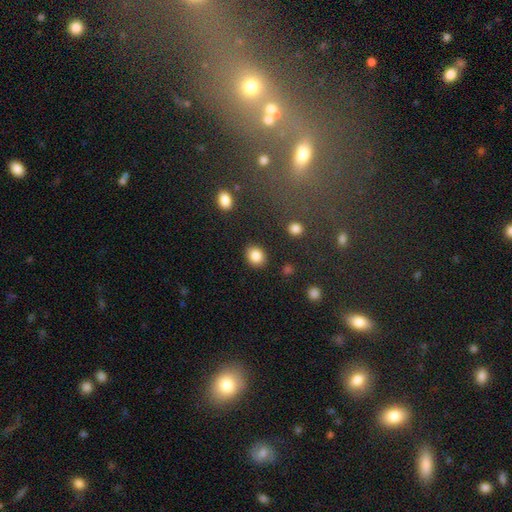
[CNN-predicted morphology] This appears to be a smooth galaxy with no disk features (86%) that is round (58%). Merging: none (88%).